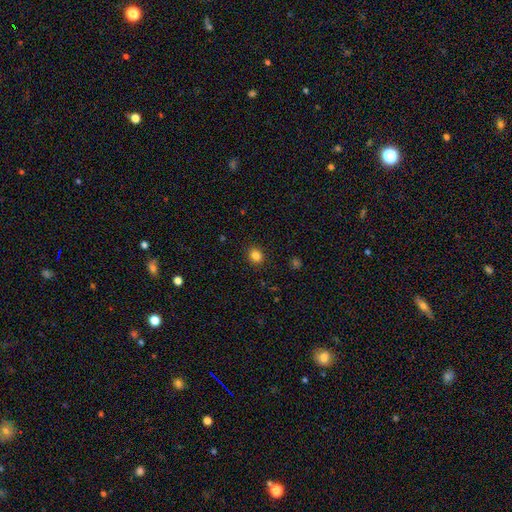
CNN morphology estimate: Q: Smooth or featured?
A: smooth (83%); runner-up: star or artifact (12%)
Q: How rounded?
A: round (69%); runner-up: in between (30%)
Q: Merging?
A: none (90%); runner-up: minor disturbance (7%)